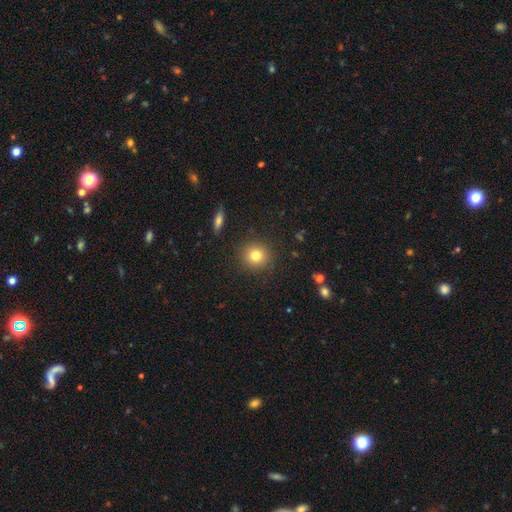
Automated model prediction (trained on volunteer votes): The model was most divided on "smooth or featured": smooth: 80%, star or artifact: 12%, featured or disk: 8%. More confident: how rounded — round (91%); merging — none (90%).